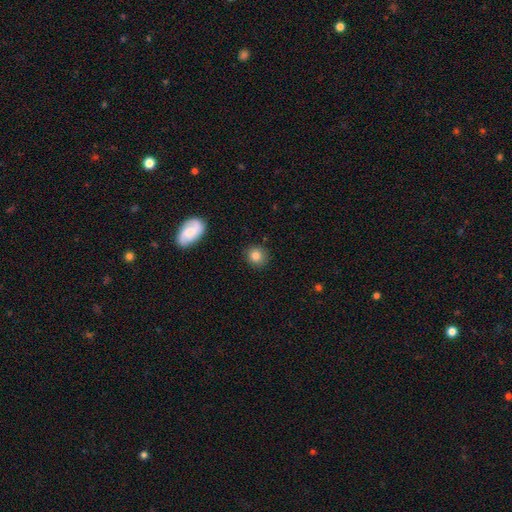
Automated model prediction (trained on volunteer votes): The model was most divided on "smooth or featured": smooth: 82%, star or artifact: 10%, featured or disk: 8%. More confident: merging — none (88%); how rounded — round (87%).